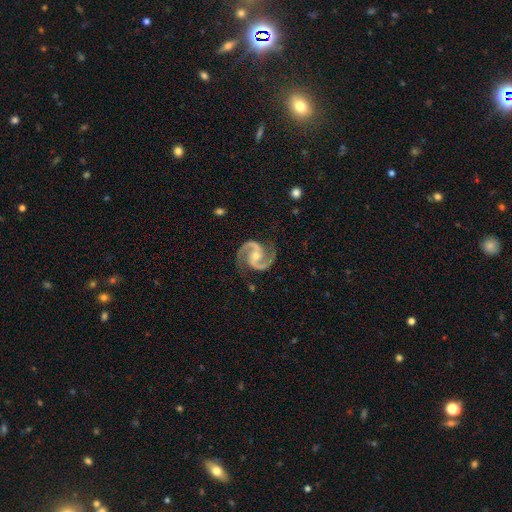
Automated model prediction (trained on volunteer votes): Q: Smooth or featured?
A: featured or disk (94%); runner-up: star or artifact (4%)
Q: Edge-on disk?
A: no (98%); runner-up: yes (2%)
Q: Bar?
A: no (48%); runner-up: weak (35%)
Q: Spiral arms?
A: yes (99%); runner-up: no (1%)
Q: Spiral winding?
A: medium (68%); runner-up: tight (18%)
Q: Spiral arm count?
A: 2 (95%); runner-up: 3 (1%)
Q: Bulge size?
A: moderate (49%); runner-up: small (47%)
Q: Merging?
A: none (83%); runner-up: minor disturbance (12%)